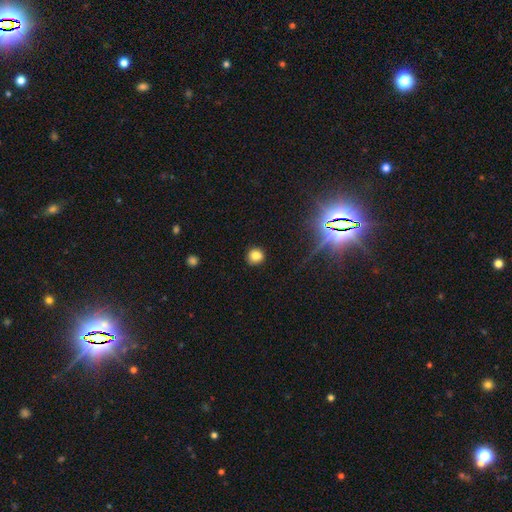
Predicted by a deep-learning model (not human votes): smooth_or_featured: smooth (p=0.80) [alt: star or artifact p=0.14]
how_rounded: round (p=0.84) [alt: in between p=0.15]
merging: none (p=0.86) [alt: minor disturbance p=0.10]